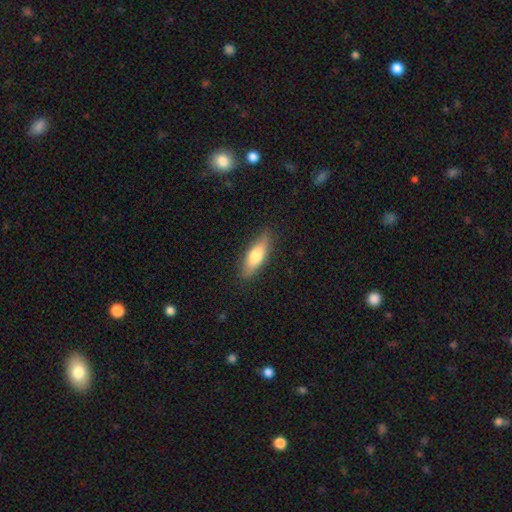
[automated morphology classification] Smooth or featured? Predicted: smooth (p=0.70). How rounded? Predicted: in between (p=0.52). Merging? Predicted: none (p=0.87).